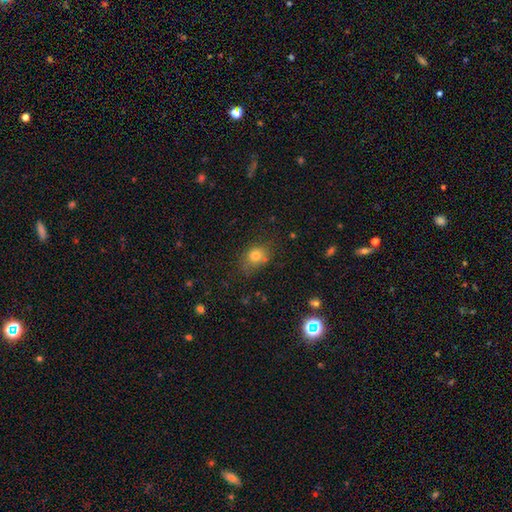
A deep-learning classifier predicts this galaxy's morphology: Smooth or featured: smooth — 76% (star or artifact — 14%)
How rounded: round — 54% (in between — 45%)
Merging: none — 67% (minor disturbance — 21%)